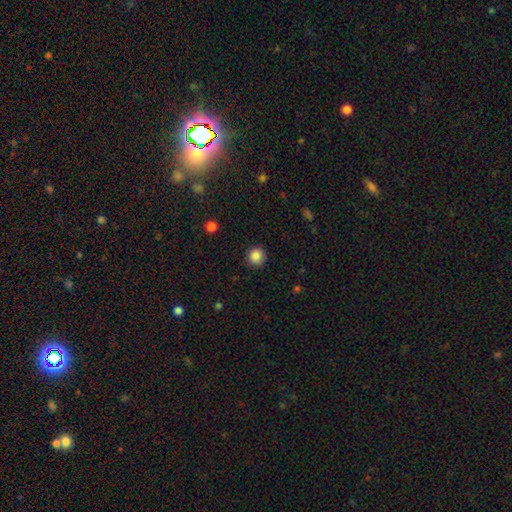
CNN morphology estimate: smooth-or-featured: smooth: 87% | star or artifact: 10% | featured or disk: 4%
  how-rounded: round: 93% | in between: 6% | cigar-shaped: 1%
  merging: none: 90% | minor disturbance: 6% | major disturbance: 2% | merger: 1%